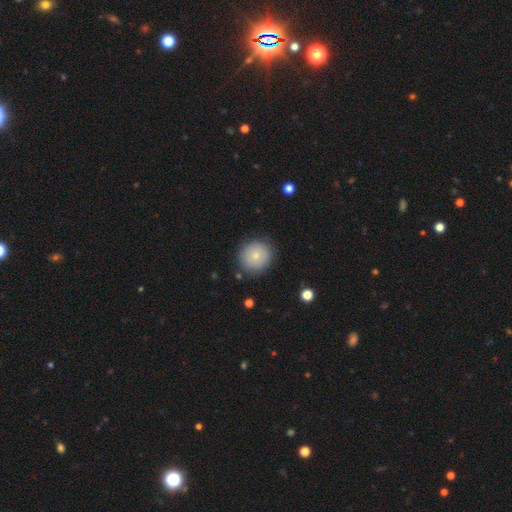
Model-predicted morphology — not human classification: The model was most divided on "smooth or featured": smooth: 76%, featured or disk: 15%, star or artifact: 8%. More confident: how rounded — round (92%); merging — none (85%).